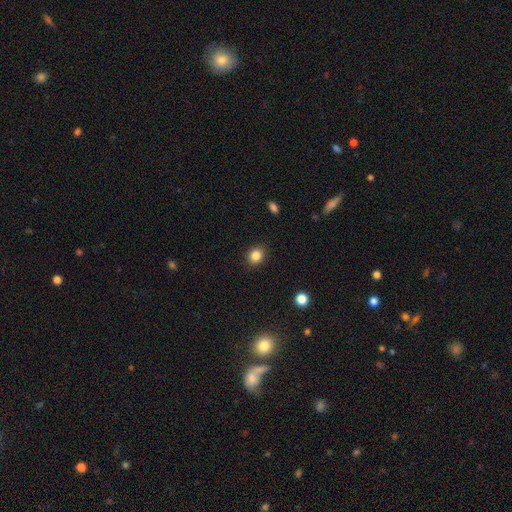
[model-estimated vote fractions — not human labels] Overall: smooth (84%). How rounded: round (70%). Merging: none (90%).